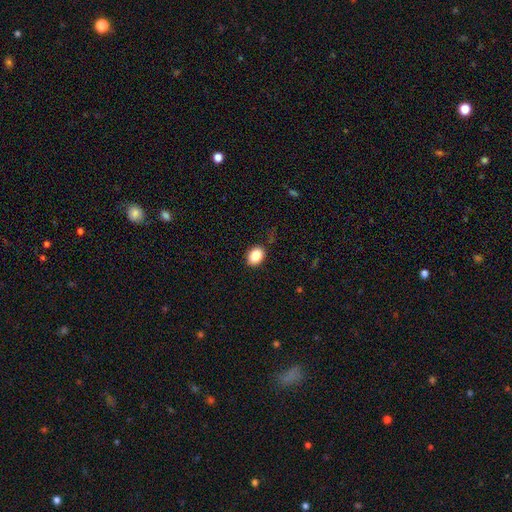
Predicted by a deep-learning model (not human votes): Overall: smooth (87%). How rounded: in between (69%; round 30%). Merging: none (86%).